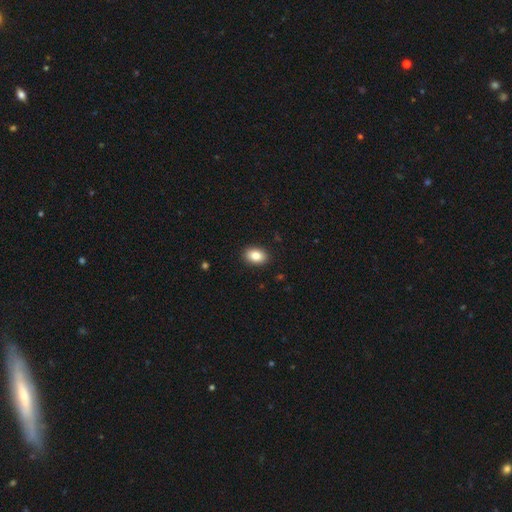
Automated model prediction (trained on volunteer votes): Smooth or featured? smooth (85%)
How rounded? in between (81%)
Merging? none (90%)